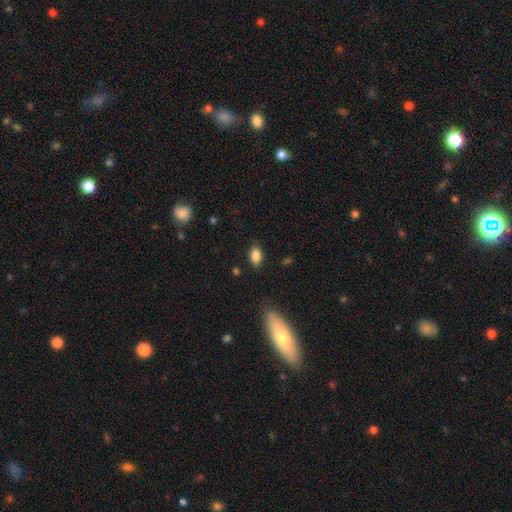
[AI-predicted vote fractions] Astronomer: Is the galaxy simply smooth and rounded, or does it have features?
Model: smooth — 86%.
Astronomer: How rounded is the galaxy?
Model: in between — 89%.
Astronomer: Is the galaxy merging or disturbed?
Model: none — 84%.